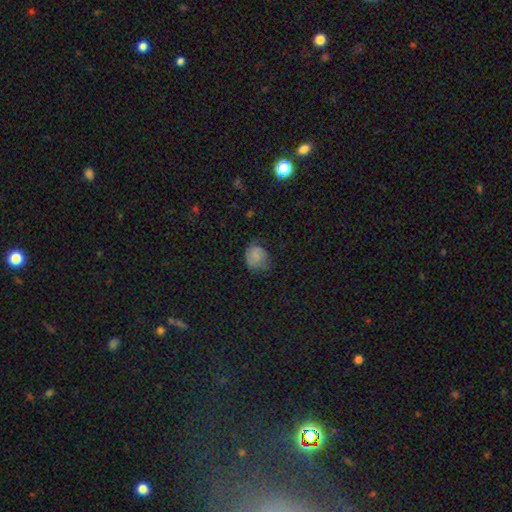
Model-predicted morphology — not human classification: smooth_or_featured: smooth (p=0.71) [alt: featured or disk p=0.16]
how_rounded: round (p=0.64) [alt: in between p=0.35]
merging: none (p=0.53) [alt: minor disturbance p=0.32]